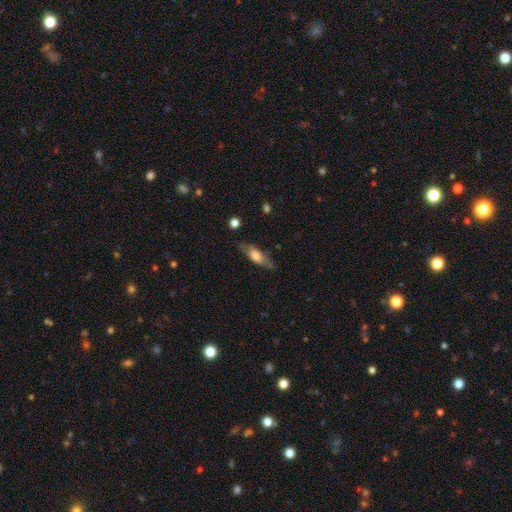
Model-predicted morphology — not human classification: Smooth or featured? smooth (54%)
How rounded? in between (53%)
Merging? none (75%)